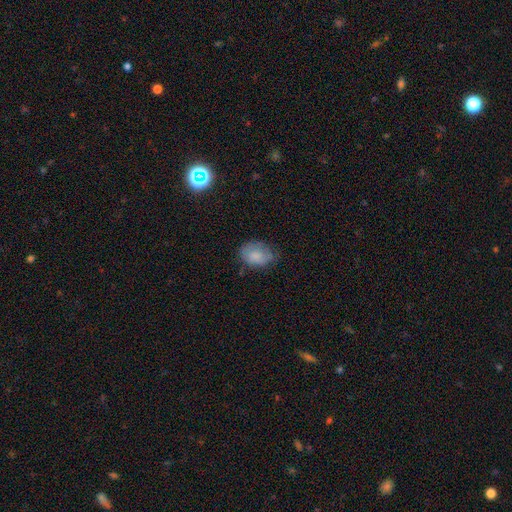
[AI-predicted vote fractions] Smooth or featured? Predicted: smooth (p=0.76). How rounded? Predicted: in between (p=0.70). Merging? Predicted: none (p=0.54).